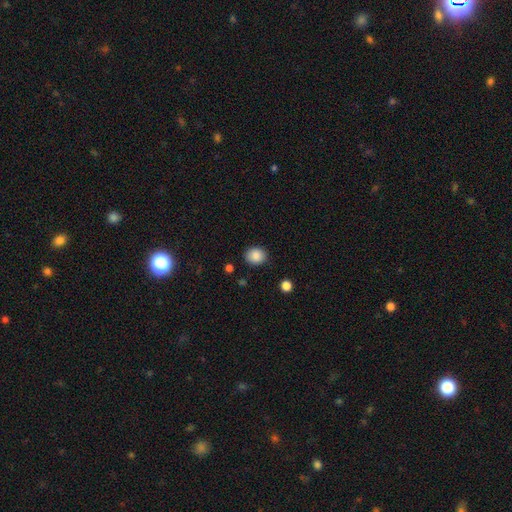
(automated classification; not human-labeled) smooth_or_featured: smooth (p=0.88) [alt: star or artifact p=0.09]
how_rounded: round (p=0.64) [alt: in between p=0.35]
merging: none (p=0.85) [alt: minor disturbance p=0.10]